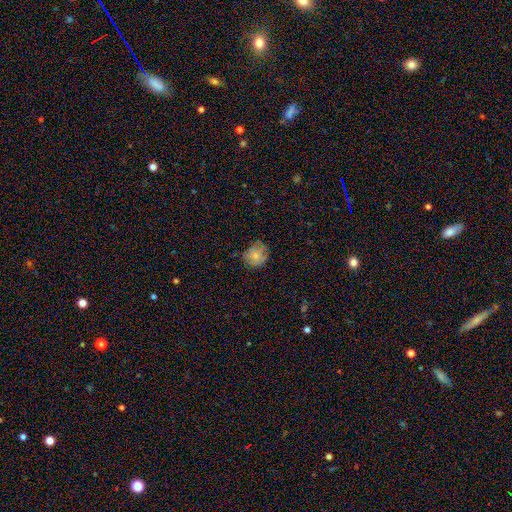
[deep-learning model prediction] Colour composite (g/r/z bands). It shows a smooth galaxy with no disk features (73%) that is round (78%). Merging: none (70%).